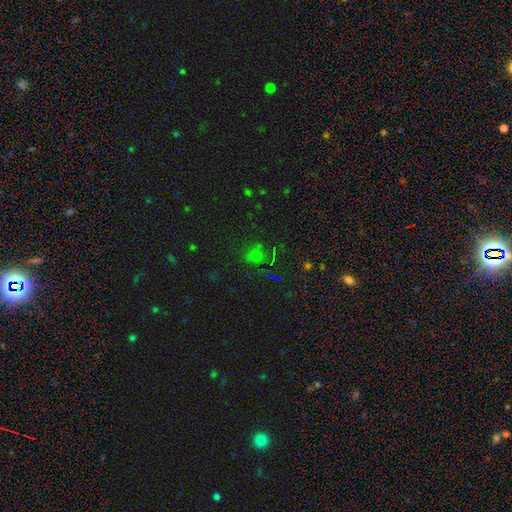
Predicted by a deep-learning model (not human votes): Smooth or featured? Predicted: smooth (p=0.52). How rounded? Predicted: round (p=0.85). Merging? Predicted: none (p=0.77).